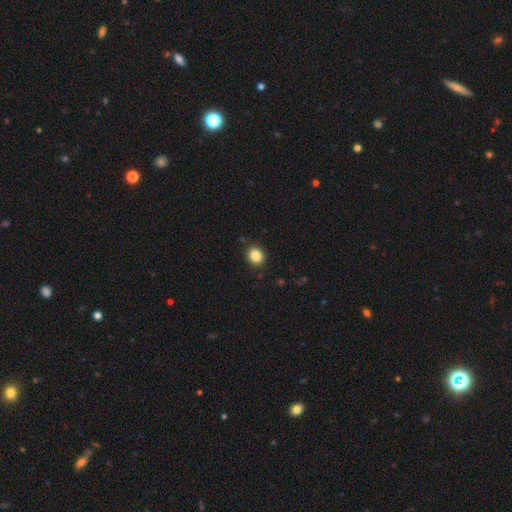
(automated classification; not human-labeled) This appears to be a smooth galaxy with no disk features (87%) that is round (74%). Merging: none (88%).